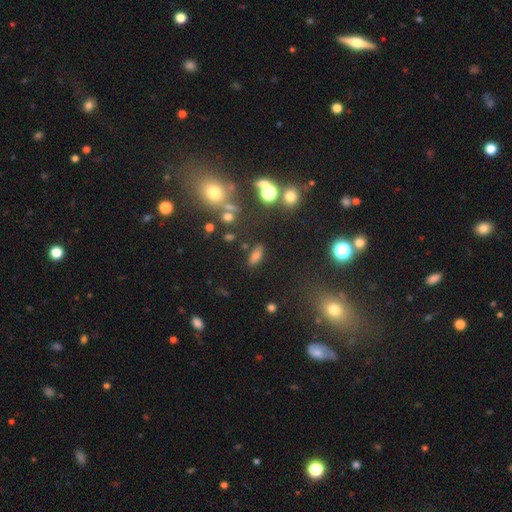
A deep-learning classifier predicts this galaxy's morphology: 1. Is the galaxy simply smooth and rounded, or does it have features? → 67% smooth, 21% star or artifact, 12% featured or disk.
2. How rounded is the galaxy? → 69% in between, 21% cigar-shaped, 10% round.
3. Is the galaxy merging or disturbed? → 81% none, 10% minor disturbance, 5% merger, 4% major disturbance.